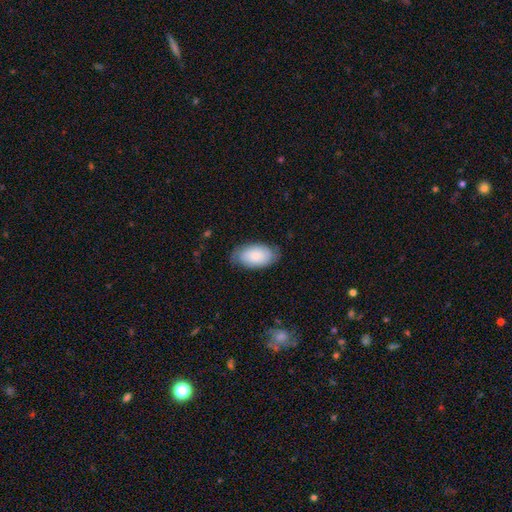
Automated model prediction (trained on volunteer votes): smooth_or_featured: smooth (p=0.69) [alt: featured or disk p=0.24]
how_rounded: in between (p=0.94) [alt: round p=0.04]
merging: none (p=0.73) [alt: minor disturbance p=0.21]